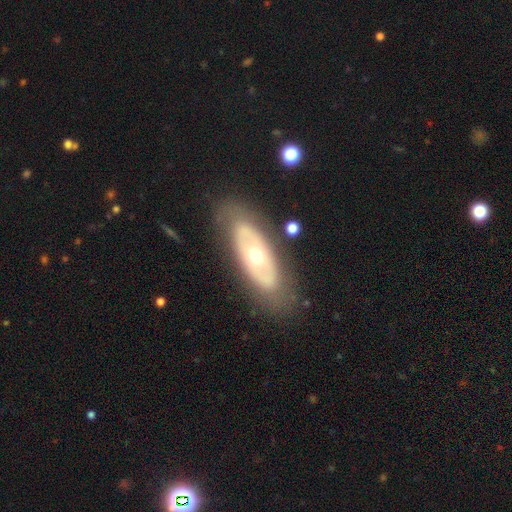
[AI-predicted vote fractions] Overall: featured or disk (65%; smooth 30%). Edge-on disk: no (83%). Bar: no (88%). Spiral arms: no (80%). Bulge size: moderate (63%; small 29%). Merging: none (83%).